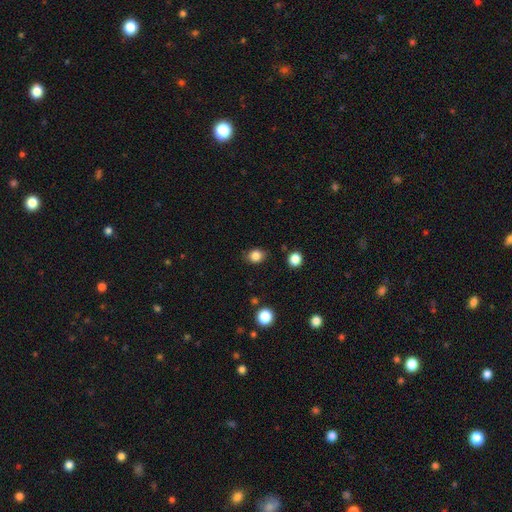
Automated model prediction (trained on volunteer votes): Morphology: type=smooth (85%); roundness=round (58%); merging=none (82%).